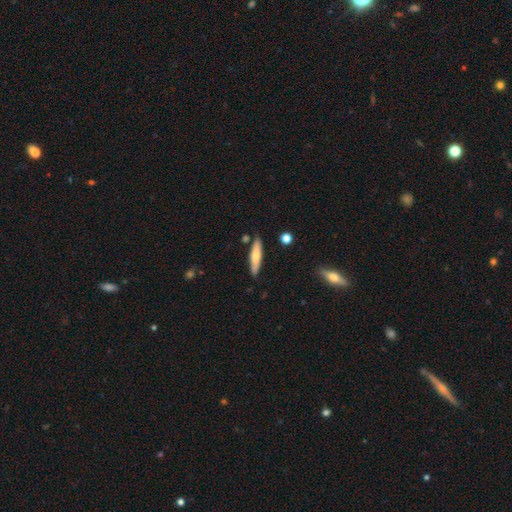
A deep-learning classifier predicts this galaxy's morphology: Smooth or featured: smooth — 66% (featured or disk — 28%)
How rounded: cigar-shaped — 81% (in between — 18%)
Merging: none — 82% (minor disturbance — 12%)